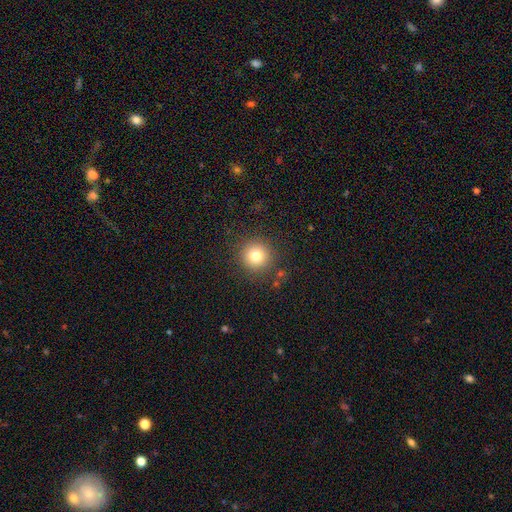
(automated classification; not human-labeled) Overall: smooth (78%). How rounded: round (95%). Merging: none (88%).